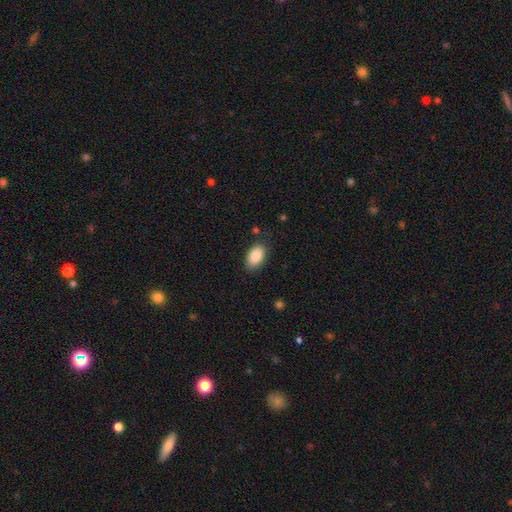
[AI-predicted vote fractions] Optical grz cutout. It shows a smooth galaxy with no disk features (88%) that is in between round and cigar-shaped (93%). Merging: none (80%).